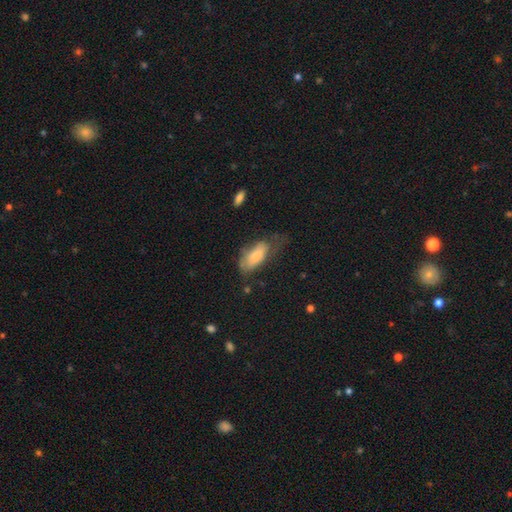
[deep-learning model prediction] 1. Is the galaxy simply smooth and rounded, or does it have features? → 77% smooth, 16% featured or disk, 7% star or artifact.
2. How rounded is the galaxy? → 86% in between, 12% cigar-shaped, 2% round.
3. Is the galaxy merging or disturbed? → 34% minor disturbance, 33% none, 30% major disturbance, 3% merger.